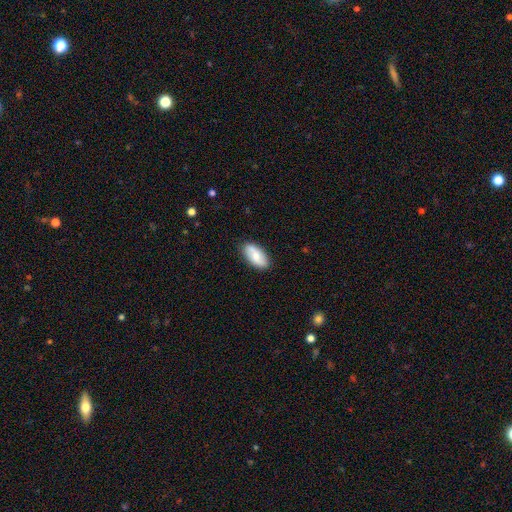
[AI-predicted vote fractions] Smooth or featured: smooth — 65% (featured or disk — 29%)
How rounded: in between — 91% (cigar-shaped — 6%)
Merging: none — 86% (minor disturbance — 11%)